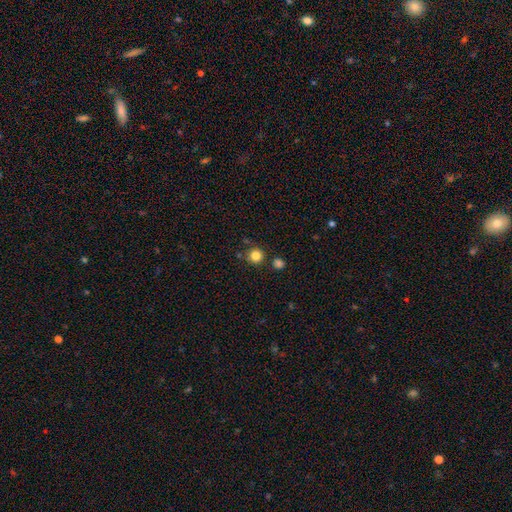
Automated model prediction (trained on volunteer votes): Morphology: type=smooth (83%); roundness=round (94%); merging=none (82%).